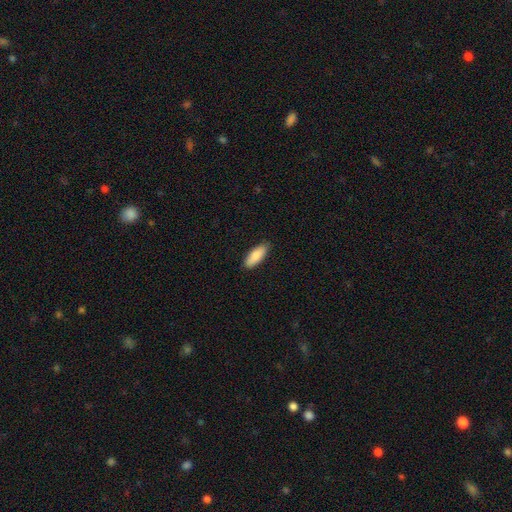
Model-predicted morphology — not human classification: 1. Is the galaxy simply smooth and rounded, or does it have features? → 86% smooth, 8% featured or disk, 5% star or artifact.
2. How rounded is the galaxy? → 73% in between, 26% cigar-shaped, 2% round.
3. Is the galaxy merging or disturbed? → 88% none, 10% minor disturbance, 2% major disturbance, 1% merger.